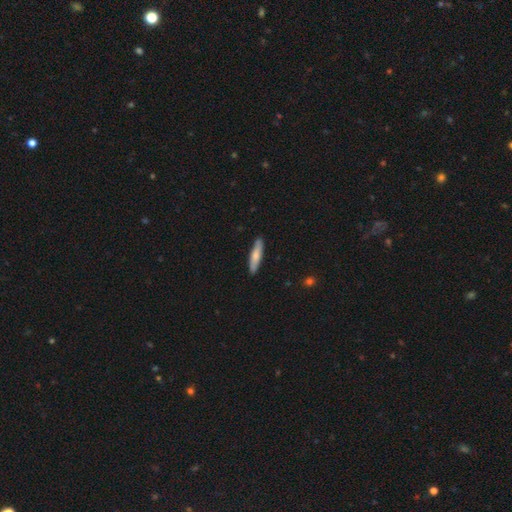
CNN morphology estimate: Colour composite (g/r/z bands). It shows a smooth galaxy with no disk features (71%) that is cigar-shaped (84%). Merging: none (89%).